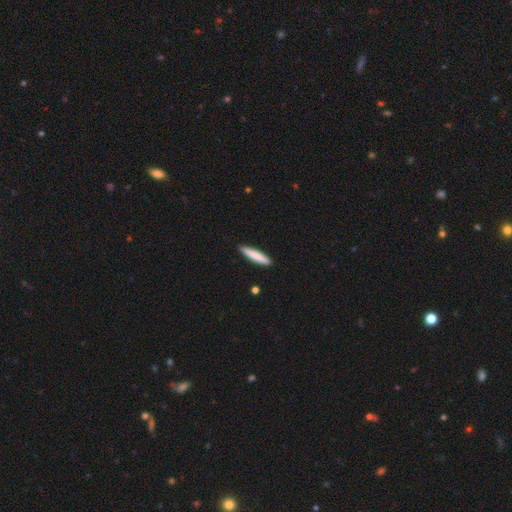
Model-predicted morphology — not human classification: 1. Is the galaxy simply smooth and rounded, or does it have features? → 81% smooth, 14% featured or disk, 5% star or artifact.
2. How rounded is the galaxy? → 89% cigar-shaped, 10% in between, 1% round.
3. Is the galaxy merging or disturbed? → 90% none, 7% minor disturbance, 1% major disturbance, 1% merger.